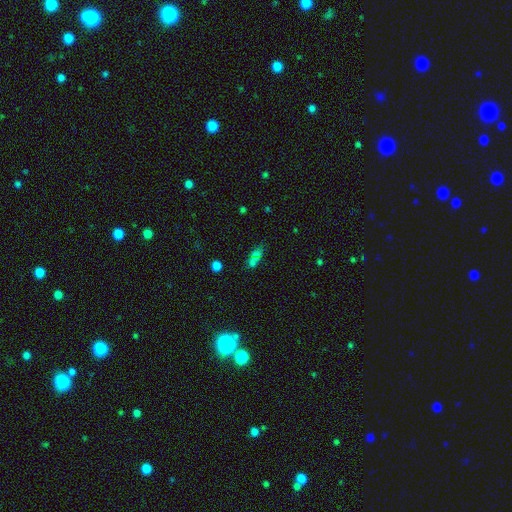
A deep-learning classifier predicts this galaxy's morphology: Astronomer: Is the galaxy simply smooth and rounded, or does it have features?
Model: smooth — 59%.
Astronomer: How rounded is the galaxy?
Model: in between — 58%.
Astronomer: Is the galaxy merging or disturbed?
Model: none — 49% (runner-up: merger, 28%).